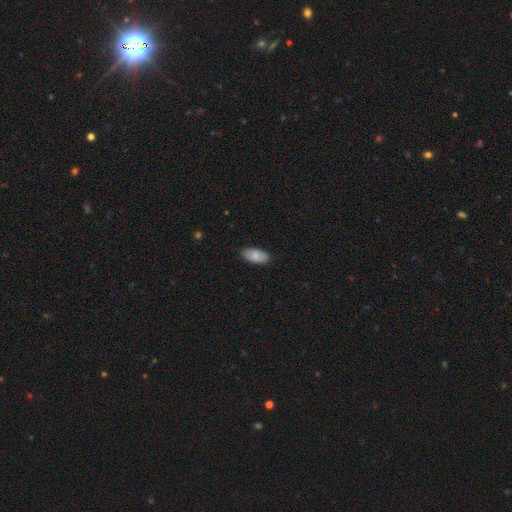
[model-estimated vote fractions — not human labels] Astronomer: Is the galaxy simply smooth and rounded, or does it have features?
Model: smooth — 84%.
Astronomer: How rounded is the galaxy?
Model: in between — 93%.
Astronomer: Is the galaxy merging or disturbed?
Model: none — 85%.